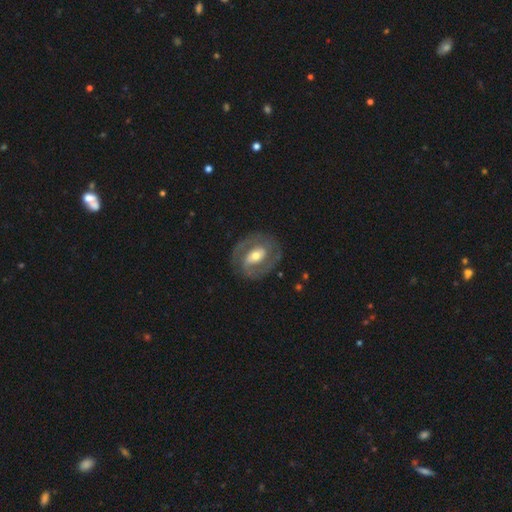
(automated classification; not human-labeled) A featured or disk galaxy (82%) with a strong bar (36%, tied with weak), 2 (84%) tight (45%) spiral arms (85%) and a moderate central bulge (64%).

Vote fractions:
- Smooth or featured? featured or disk: 82% / smooth: 14% / star or artifact: 4%
- Edge-on disk? no: 97% / yes: 3%
- Bar? strong: 36% (tied) / weak: 36% (tied) / no: 28%
- Spiral arms? yes: 85% / no: 15%
- Spiral winding? tight: 45% / medium: 43% / loose: 12%
- Spiral arm count? 2: 84% / can't tell: 7% / 1: 3% / 3: 3% / 4: 1% / more than 4: 1%
- Bulge size? moderate: 64% / small: 25% / large: 8% / dominant: 1% / none: 1%
- Merging? none: 81% / minor disturbance: 12% / major disturbance: 6% / merger: 1%